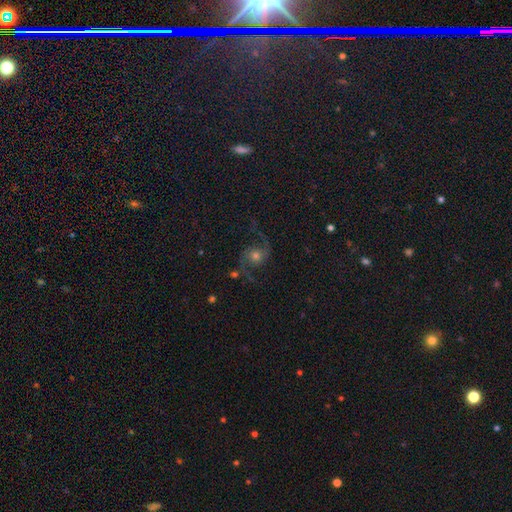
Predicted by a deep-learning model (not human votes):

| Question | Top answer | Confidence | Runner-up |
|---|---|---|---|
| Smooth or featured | featured or disk | 83% | star or artifact (9%) |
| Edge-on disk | no | 98% | yes (2%) |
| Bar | no | 72% | weak (22%) |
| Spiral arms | yes | 97% | no (3%) |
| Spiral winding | loose | 58% | medium (36%) |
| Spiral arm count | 2 | 94% | can't tell (2%) |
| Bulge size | moderate | 61% | small (24%) |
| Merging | none | 77% | minor disturbance (12%) |